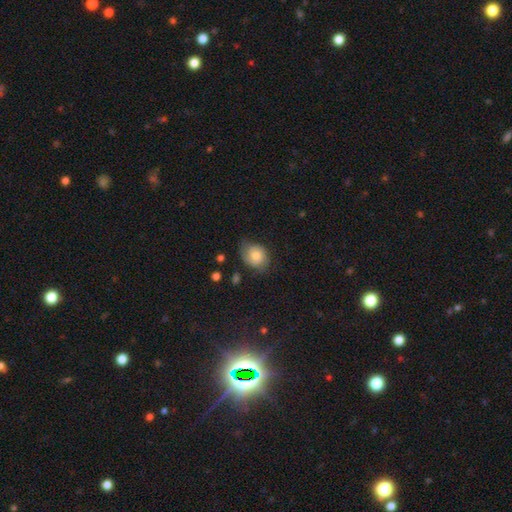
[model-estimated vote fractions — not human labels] Smooth or featured?
  - smooth: 64% *
  - featured or disk: 28%
  - star or artifact: 8%
How rounded?
  - in between: 51% *
  - round: 48%
  - cigar-shaped: 1%
Merging?
  - none: 58% *
  - minor disturbance: 31%
  - major disturbance: 10%
  - merger: 2%